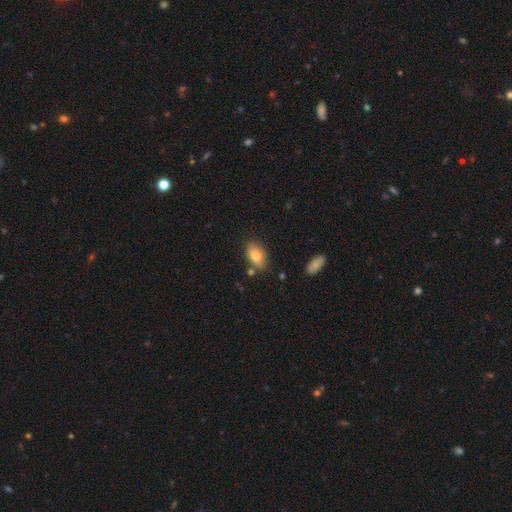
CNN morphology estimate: Overall: smooth (79%). How rounded: in between (89%). Merging: none (77%).